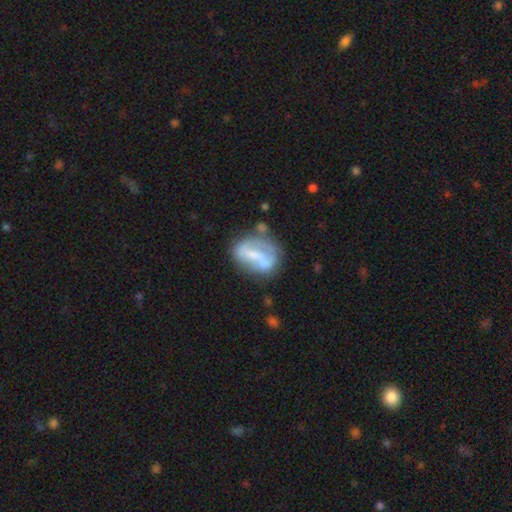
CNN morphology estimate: Smooth or featured? Predicted: featured or disk (p=0.60). Edge-on disk? Predicted: no (p=0.96). Bar? Predicted: strong (p=0.38). Spiral arms? Predicted: yes (p=0.53). Bulge size? Predicted: small (p=0.34). Merging? Predicted: none (p=0.47).